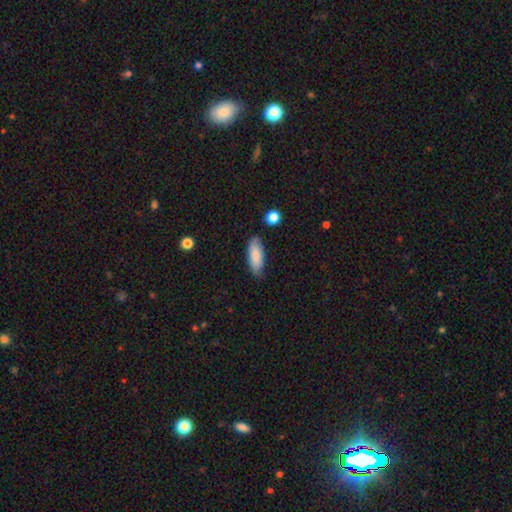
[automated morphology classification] type=smooth (83%); roundness=in between (73%); merging=none (80%).